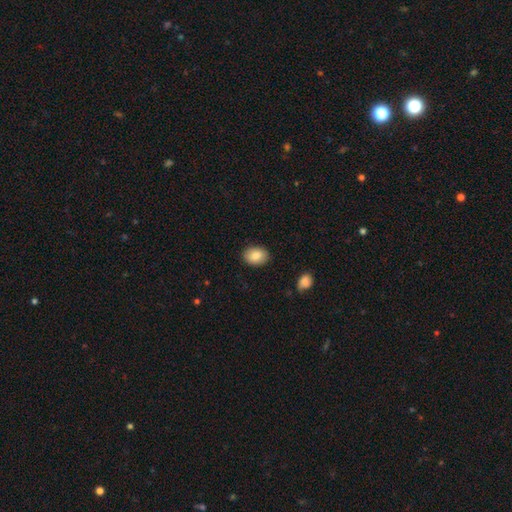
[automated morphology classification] Smooth or featured?
  - smooth: 87% *
  - star or artifact: 7%
  - featured or disk: 6%
How rounded?
  - in between: 73% *
  - round: 26%
  - cigar-shaped: 1%
Merging?
  - none: 87% *
  - minor disturbance: 9%
  - major disturbance: 2%
  - merger: 1%